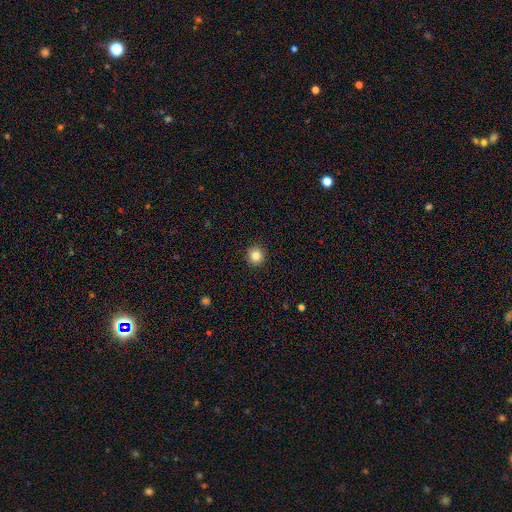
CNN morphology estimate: Smooth or featured?
  - smooth: 85% *
  - star or artifact: 11%
  - featured or disk: 4%
How rounded?
  - round: 93% *
  - in between: 6%
  - cigar-shaped: 1%
Merging?
  - none: 92% *
  - minor disturbance: 5%
  - major disturbance: 2%
  - merger: 1%